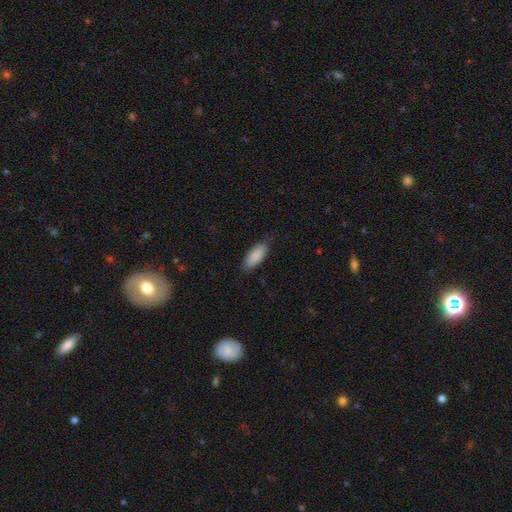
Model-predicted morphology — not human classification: A smooth galaxy with no disk features (88%) that is in between round and cigar-shaped (79%). Merging: none (81%).